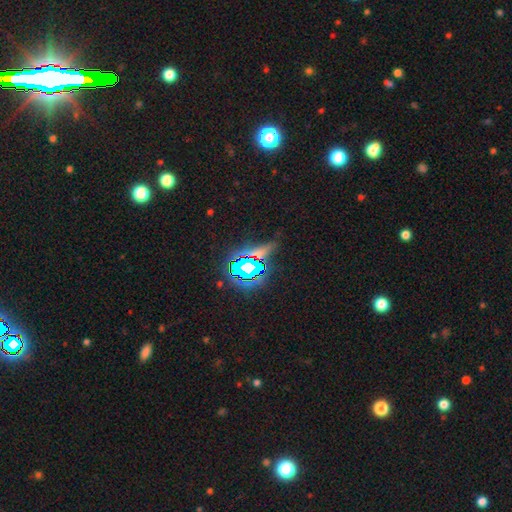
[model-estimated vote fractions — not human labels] smooth-or-featured: star or artifact: 62% | smooth: 24% | featured or disk: 14%